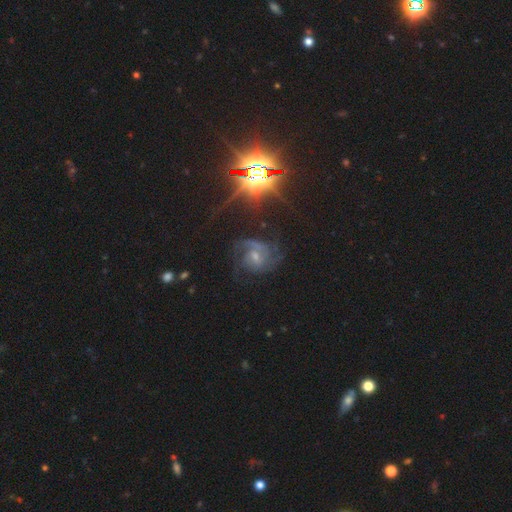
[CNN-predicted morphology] A featured or disk galaxy (69%) with no bar (52%), 2 (35%) medium (45%) spiral arms (95%) and a small central bulge (55%). Merging: none (65%).